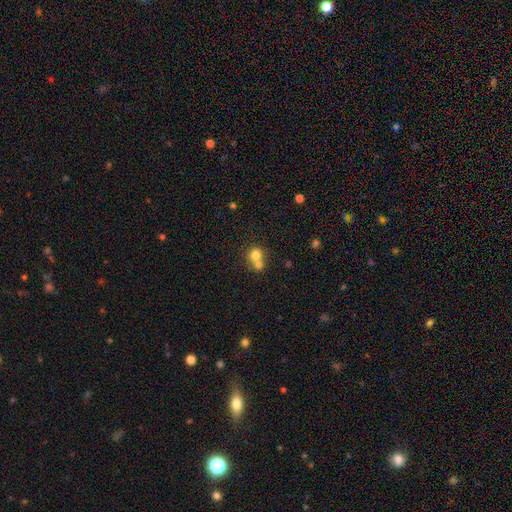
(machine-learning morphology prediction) A smooth galaxy with no disk features (76%) that is round (84%). Merging: merger (54%).